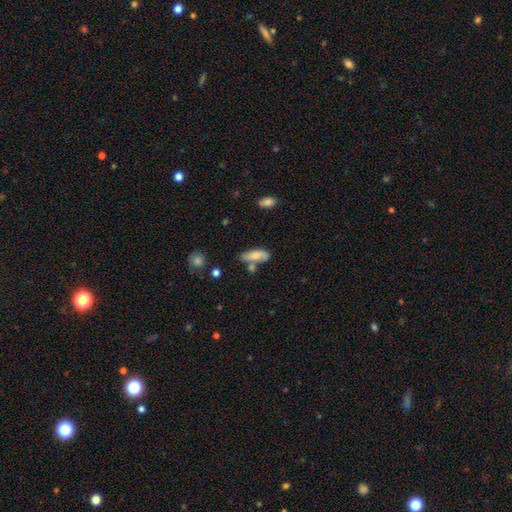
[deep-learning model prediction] Smooth or featured: smooth — 67% (featured or disk — 26%)
How rounded: in between — 76% (cigar-shaped — 21%)
Merging: none — 55% (minor disturbance — 21%)